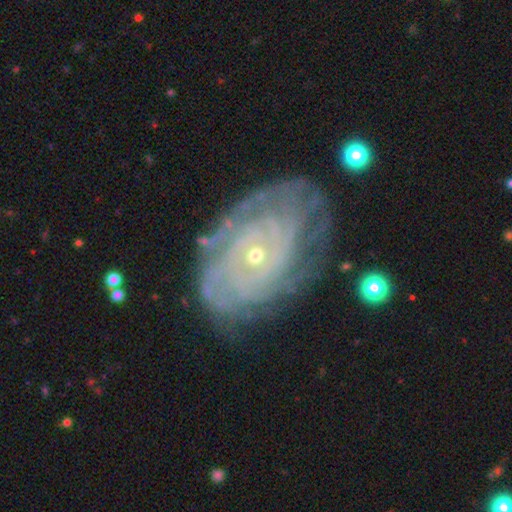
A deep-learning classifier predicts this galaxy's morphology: Smooth or featured? Predicted: featured or disk (p=0.87). Edge-on disk? Predicted: no (p=0.96). Bar? Predicted: no (p=0.81). Spiral arms? Predicted: yes (p=0.95). Spiral winding? Predicted: tight (p=0.81). Spiral arm count? Predicted: can't tell (p=0.38). Bulge size? Predicted: small (p=0.69). Merging? Predicted: none (p=0.68).